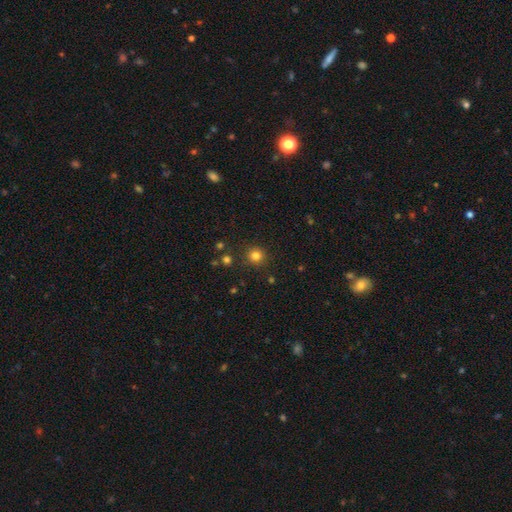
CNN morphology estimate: Smooth or featured?
  - smooth: 80% *
  - star or artifact: 15%
  - featured or disk: 5%
How rounded?
  - round: 94% *
  - in between: 6%
  - cigar-shaped: 1%
Merging?
  - none: 89% *
  - minor disturbance: 6%
  - merger: 2%
  - major disturbance: 2%